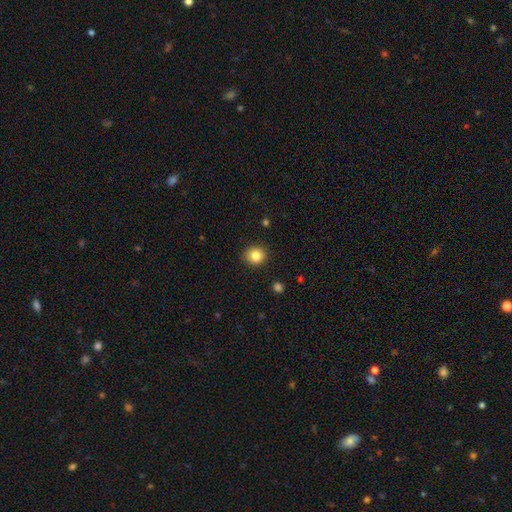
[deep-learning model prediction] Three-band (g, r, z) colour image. It shows a smooth galaxy with no disk features (84%) that is round (83%). Merging: none (90%).